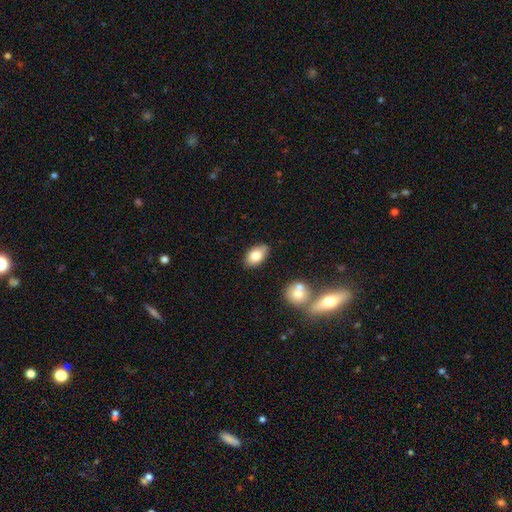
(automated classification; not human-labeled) Smooth or featured: smooth — 80% (featured or disk — 12%)
How rounded: in between — 92% (round — 6%)
Merging: none — 79% (minor disturbance — 15%)